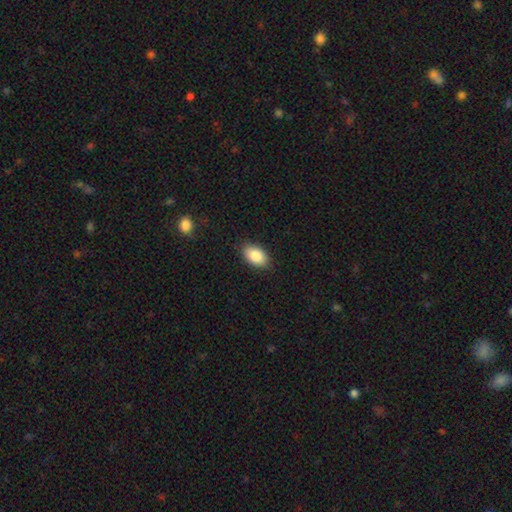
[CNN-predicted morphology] Q: Smooth or featured?
A: smooth (86%); runner-up: featured or disk (7%)
Q: How rounded?
A: in between (92%); runner-up: round (7%)
Q: Merging?
A: none (88%); runner-up: minor disturbance (9%)